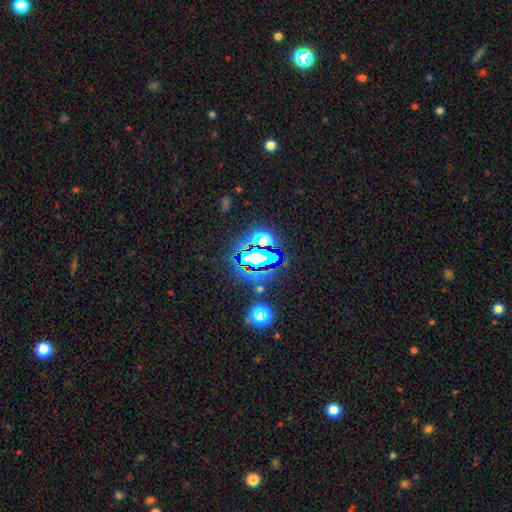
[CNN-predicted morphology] The model was most divided on "smooth or featured": star or artifact: 68%, smooth: 18%, featured or disk: 14%.